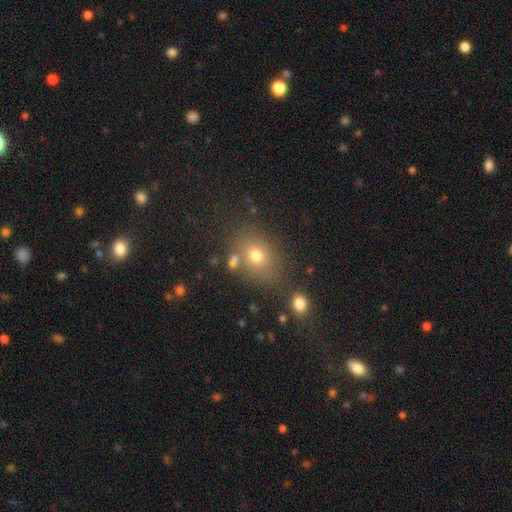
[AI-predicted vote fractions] smooth 69%, star or artifact 17%, featured or disk 13%. Down the decision tree: how rounded — in between (53%); merging — none (71%).